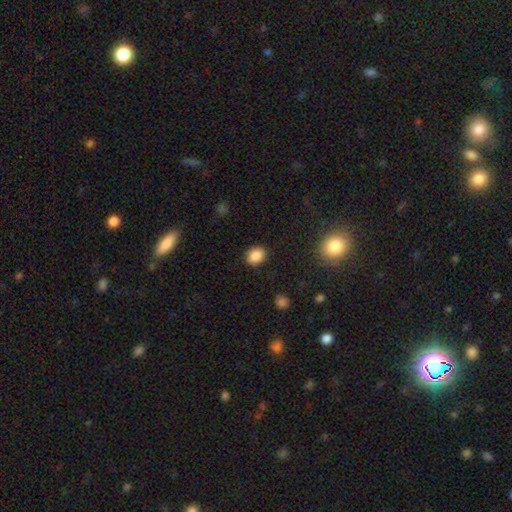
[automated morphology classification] smooth_or_featured: smooth (p=0.87) [alt: star or artifact p=0.10]
how_rounded: round (p=0.52) [alt: in between p=0.47]
merging: none (p=0.88) [alt: minor disturbance p=0.08]